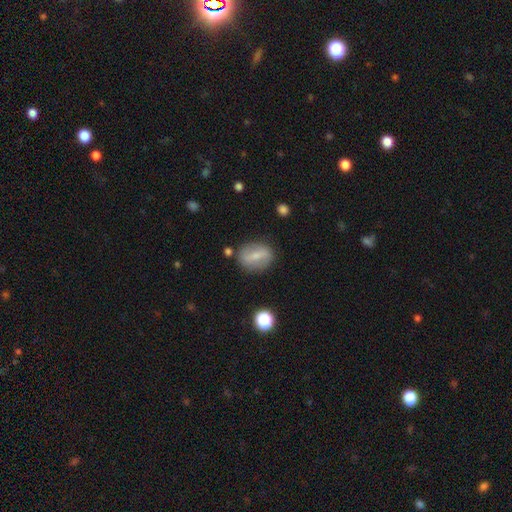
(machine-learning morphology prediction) The model was most divided on "smooth or featured": smooth: 50%, featured or disk: 42%, star or artifact: 8%. More confident: merging — none (81%).